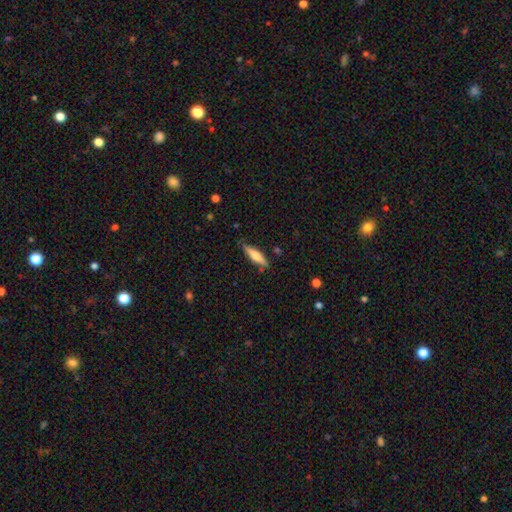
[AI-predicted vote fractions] Smooth or featured?
  - smooth: 62% *
  - featured or disk: 32%
  - star or artifact: 6%
How rounded?
  - cigar-shaped: 74% *
  - in between: 24%
  - round: 2%
Merging?
  - none: 79% *
  - minor disturbance: 16%
  - major disturbance: 3%
  - merger: 2%